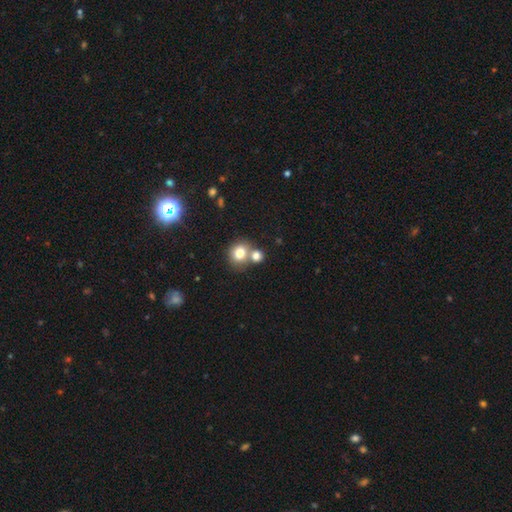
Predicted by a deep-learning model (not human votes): The model was most divided on "merging": merger: 47%, none: 42%, minor disturbance: 8%, major disturbance: 3%. More confident: smooth or featured — smooth (79%); how rounded — round (75%).